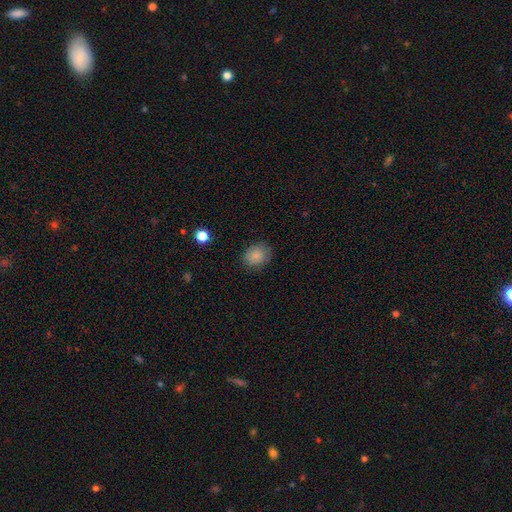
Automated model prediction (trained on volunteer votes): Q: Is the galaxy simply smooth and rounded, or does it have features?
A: smooth — 85%.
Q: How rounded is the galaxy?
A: round — 55%.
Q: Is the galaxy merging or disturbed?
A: none — 82%.